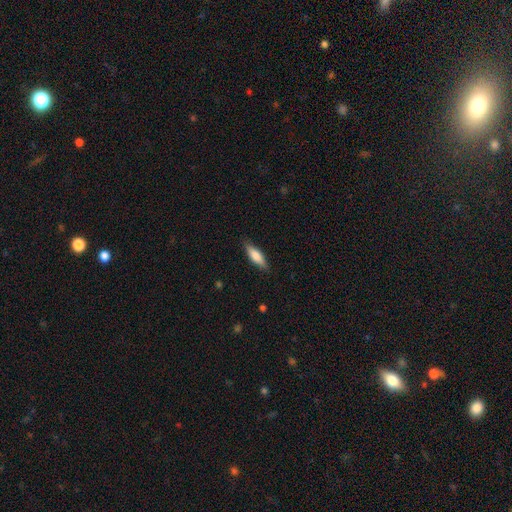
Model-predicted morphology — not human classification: smooth 74%, featured or disk 20%, star or artifact 6%. Down the decision tree: how rounded — cigar-shaped (51%); merging — none (85%).